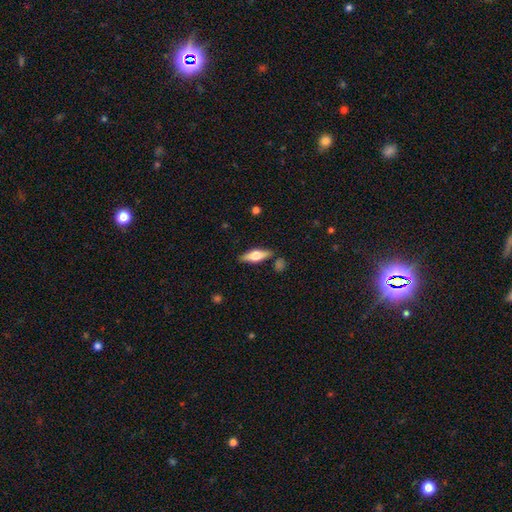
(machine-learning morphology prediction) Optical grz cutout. It shows a smooth galaxy with no disk features (48%). Merging: none (83%).